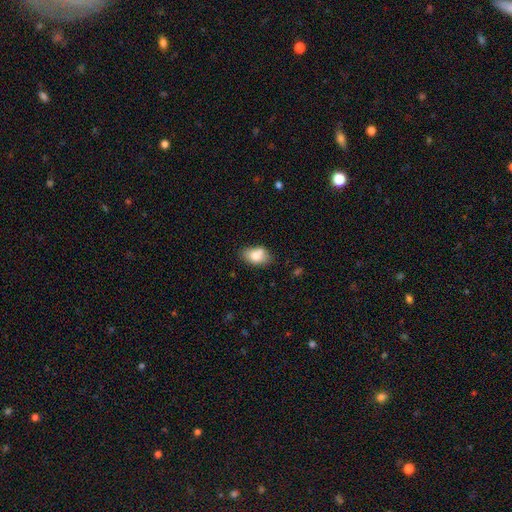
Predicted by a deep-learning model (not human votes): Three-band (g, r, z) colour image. It shows a smooth galaxy with no disk features (77%) that is in between round and cigar-shaped (85%). Merging: none (65%).